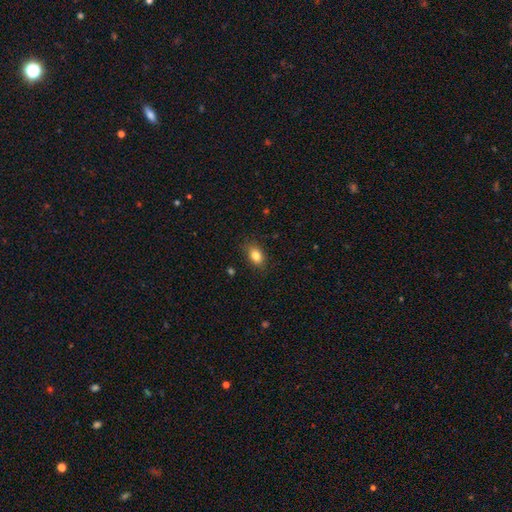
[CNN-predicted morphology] Smooth or featured?
  - smooth: 83% *
  - star or artifact: 9%
  - featured or disk: 8%
How rounded?
  - in between: 82% *
  - round: 16%
  - cigar-shaped: 2%
Merging?
  - none: 85% *
  - minor disturbance: 12%
  - major disturbance: 3%
  - merger: 1%